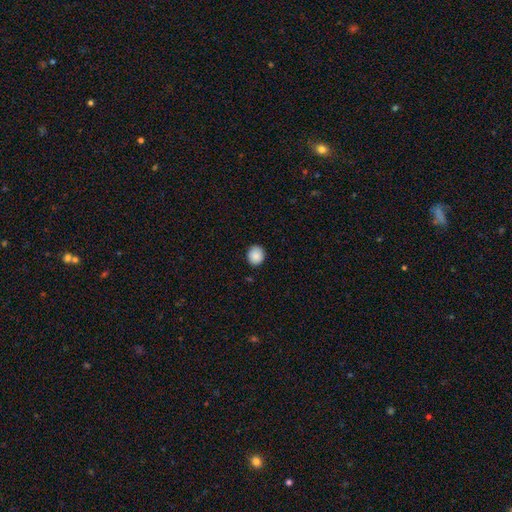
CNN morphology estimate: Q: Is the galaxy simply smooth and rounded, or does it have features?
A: smooth — 88%.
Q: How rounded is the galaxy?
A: round — 78%.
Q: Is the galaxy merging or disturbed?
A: none — 89%.